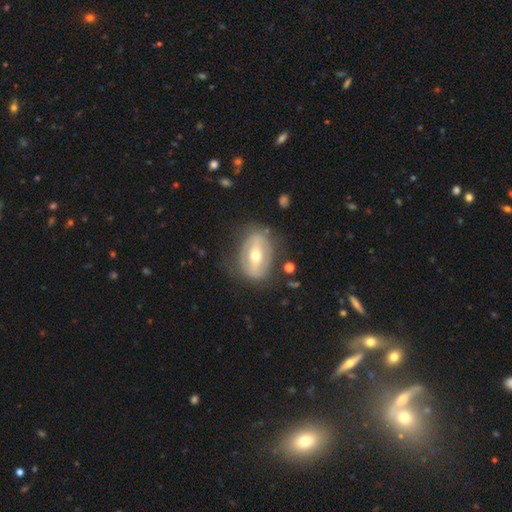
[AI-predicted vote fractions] This is likely a featured or disk galaxy (69%). It is clearly not viewed edge-on (87%). Bar: likely strong (61%). Spiral arm pattern: likely no (63%). Central bulge: likely moderate (65%). Merging: likely none (72%).